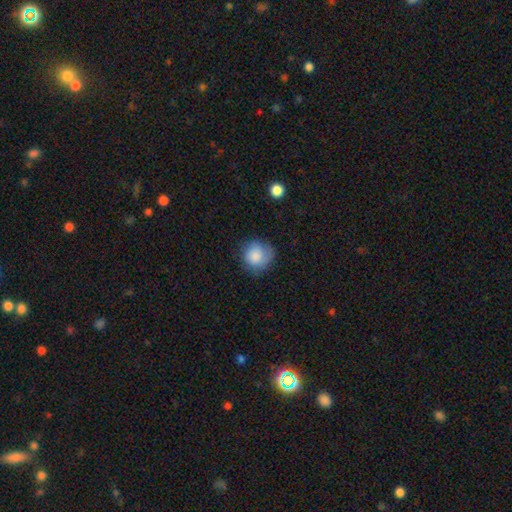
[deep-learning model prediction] Smooth or featured?
  - smooth: 83% *
  - featured or disk: 8%
  - star or artifact: 8%
How rounded?
  - round: 87% *
  - in between: 12%
  - cigar-shaped: 1%
Merging?
  - none: 68% *
  - minor disturbance: 24%
  - major disturbance: 7%
  - merger: 1%